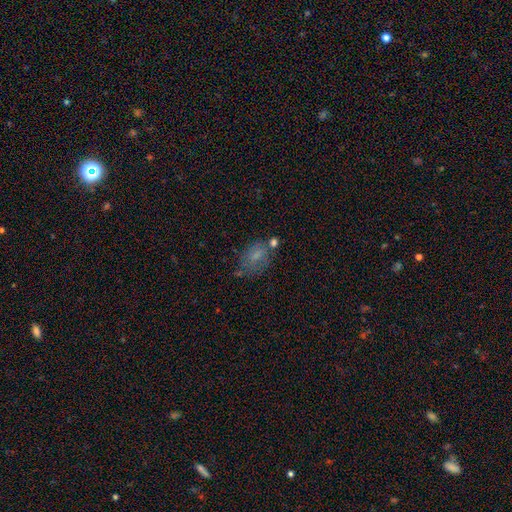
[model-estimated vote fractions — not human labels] The model was most divided on "merging": none: 47%, minor disturbance: 25%, major disturbance: 15%, merger: 13%. More confident: how rounded — in between (78%); smooth or featured — smooth (64%).